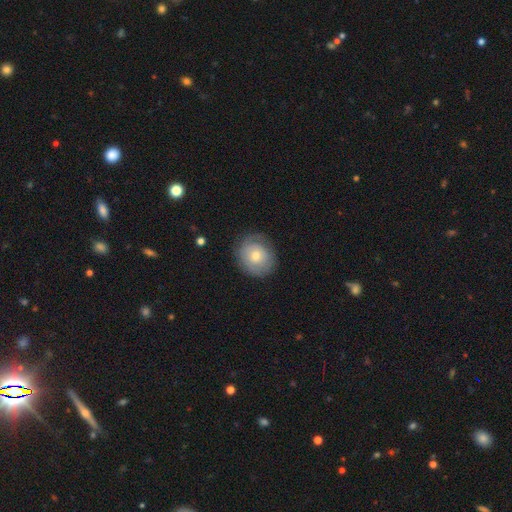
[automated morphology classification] Smooth or featured? Predicted: smooth (p=0.59). How rounded? Predicted: round (p=0.77). Merging? Predicted: none (p=0.77).